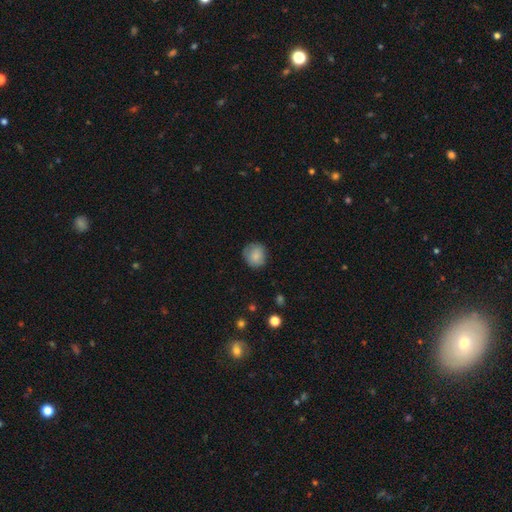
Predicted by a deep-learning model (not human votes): Smooth or featured? Predicted: smooth (p=0.81). How rounded? Predicted: round (p=0.84). Merging? Predicted: none (p=0.75).